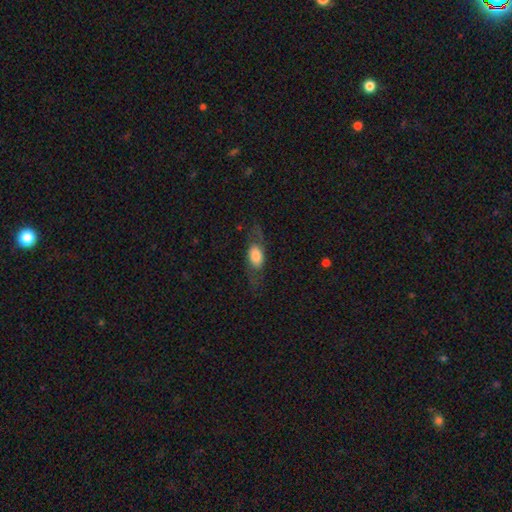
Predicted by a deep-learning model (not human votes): Smooth or featured?
  - smooth: 56% *
  - featured or disk: 37%
  - star or artifact: 7%
How rounded?
  - in between: 74% *
  - cigar-shaped: 14%
  - round: 12%
Merging?
  - none: 66% *
  - minor disturbance: 18%
  - major disturbance: 15%
  - merger: 1%